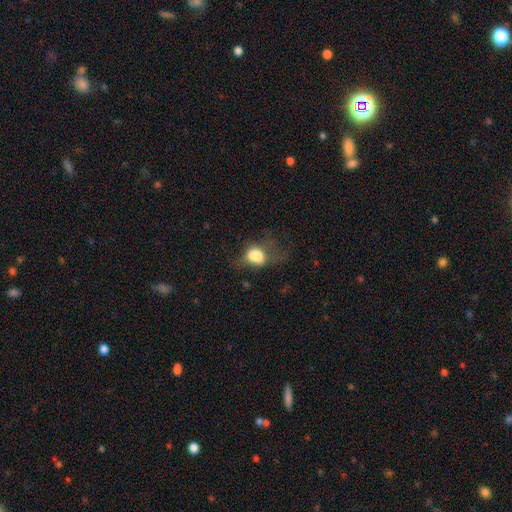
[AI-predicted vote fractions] Morphology: type=smooth (68%); roundness=in between (64%); merging=major disturbance (42%).